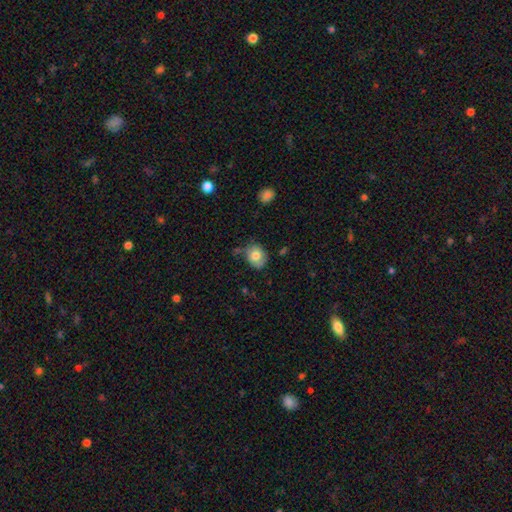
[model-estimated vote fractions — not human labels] Smooth or featured? smooth (76%)
How rounded? round (57%)
Merging? none (66%)